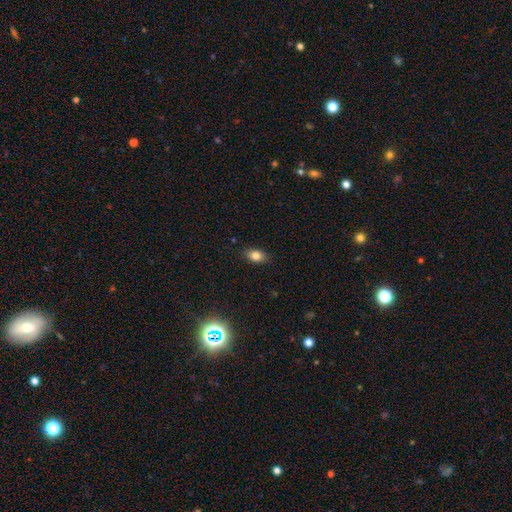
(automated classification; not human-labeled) The model was most divided on "smooth or featured": smooth: 81%, star or artifact: 10%, featured or disk: 9%. More confident: merging — none (86%); how rounded — in between (84%).